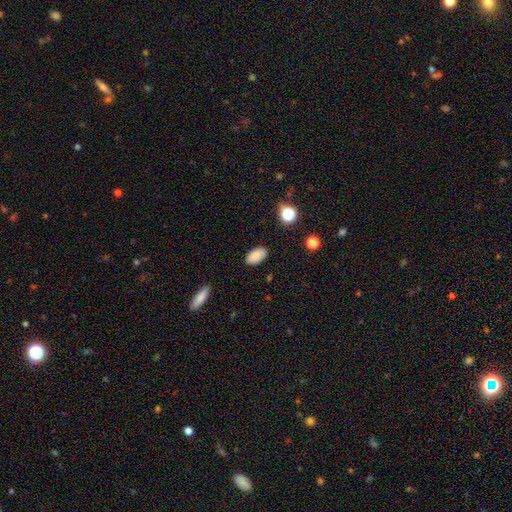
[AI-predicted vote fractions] This is clearly a smooth galaxy (87%). How rounded: clearly in between (94%). Merging: clearly none (87%).